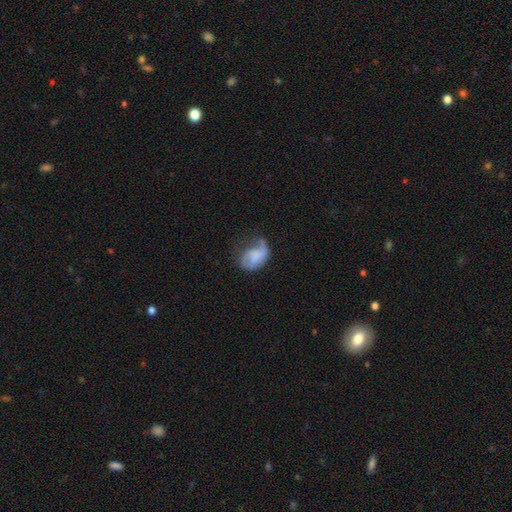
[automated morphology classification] smooth-or-featured: featured or disk: 50% | smooth: 42% | star or artifact: 9%
  merging: major disturbance: 38% | minor disturbance: 29% | none: 28% | merger: 4%